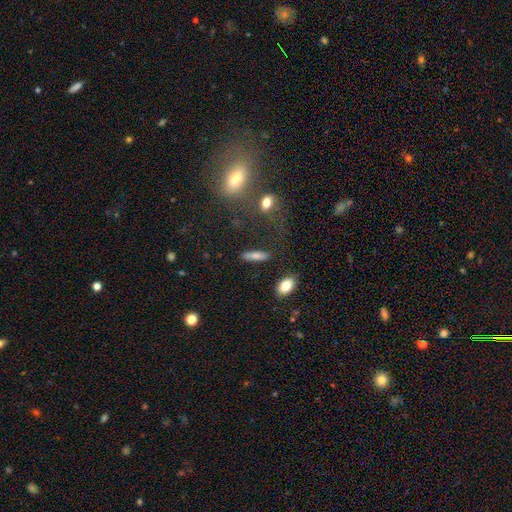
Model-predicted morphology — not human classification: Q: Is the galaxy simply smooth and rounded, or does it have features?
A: smooth — 73%.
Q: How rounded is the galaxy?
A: cigar-shaped — 65%.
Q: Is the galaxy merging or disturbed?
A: none — 82%.